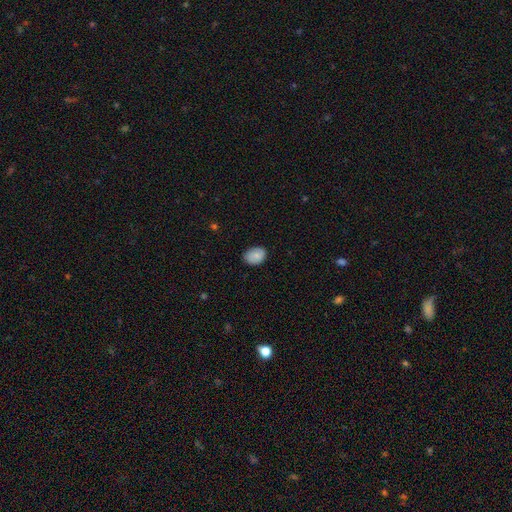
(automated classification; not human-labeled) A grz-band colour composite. It shows a smooth galaxy with no disk features (80%) that is in between round and cigar-shaped (73%). Merging: none (80%).